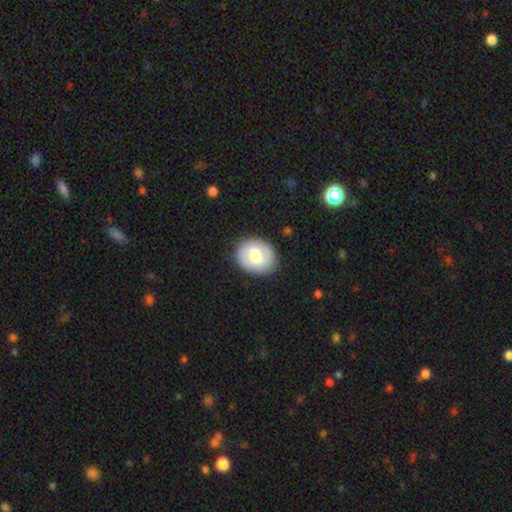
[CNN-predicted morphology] This is possibly a smooth galaxy (60%). How rounded: possibly round (50%). Merging: clearly none (86%).